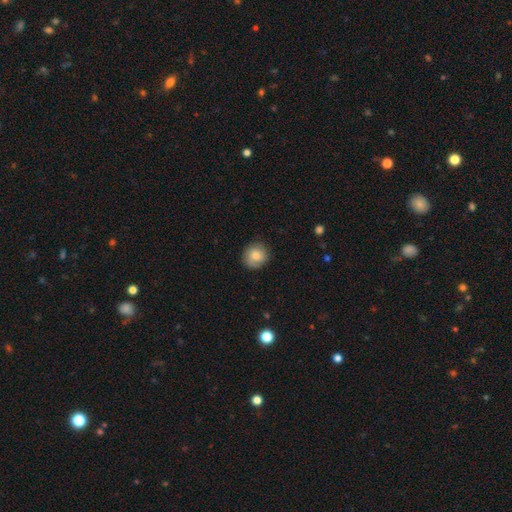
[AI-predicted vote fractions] Overall: smooth (79%). How rounded: round (86%). Merging: none (82%).